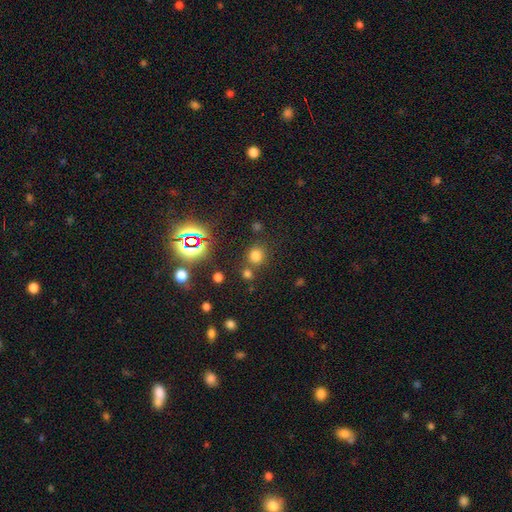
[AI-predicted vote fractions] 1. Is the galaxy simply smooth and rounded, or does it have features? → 68% smooth, 26% star or artifact, 6% featured or disk.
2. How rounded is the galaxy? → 85% round, 14% in between, 1% cigar-shaped.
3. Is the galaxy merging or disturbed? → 73% none, 14% merger, 9% minor disturbance, 4% major disturbance.